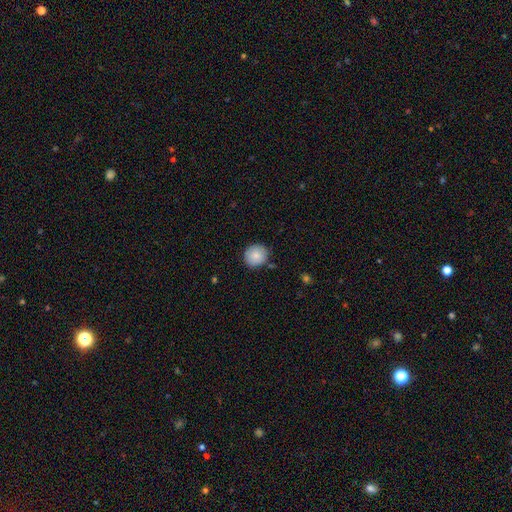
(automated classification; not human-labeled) A smooth galaxy with no disk features (84%) that is round (88%). Merging: none (82%).